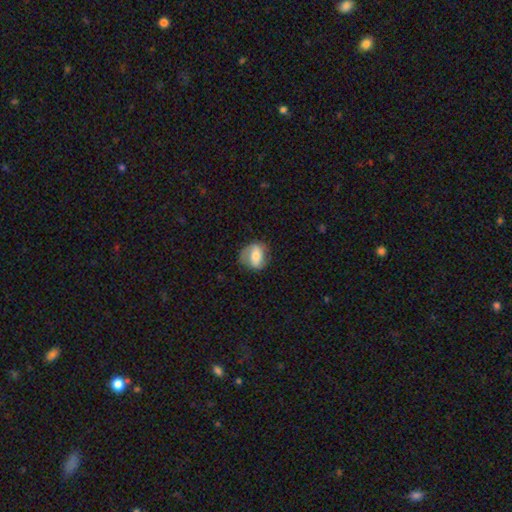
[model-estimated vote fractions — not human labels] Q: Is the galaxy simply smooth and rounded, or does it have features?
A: smooth — 53%.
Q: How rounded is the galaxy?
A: in between — 56%.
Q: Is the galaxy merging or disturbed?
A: none — 69%.